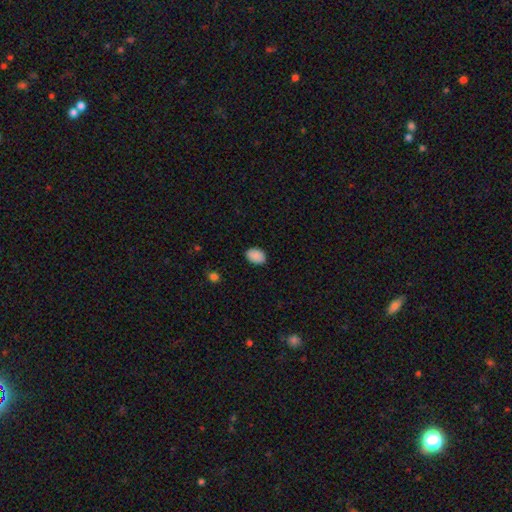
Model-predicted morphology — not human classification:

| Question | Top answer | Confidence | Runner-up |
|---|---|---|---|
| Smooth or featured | smooth | 90% | star or artifact (7%) |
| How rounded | in between | 82% | round (17%) |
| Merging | none | 87% | minor disturbance (10%) |